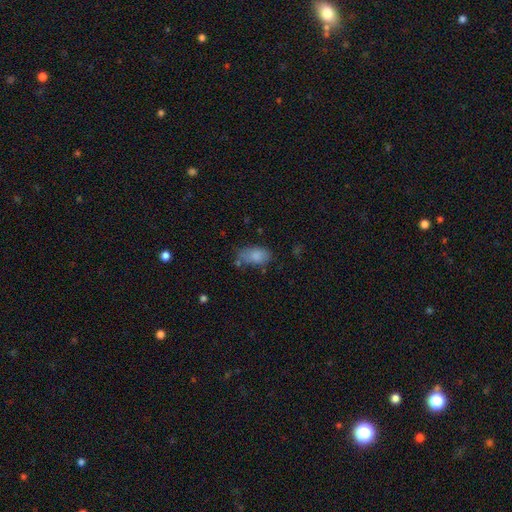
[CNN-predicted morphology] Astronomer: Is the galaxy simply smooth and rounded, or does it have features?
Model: smooth — 82%.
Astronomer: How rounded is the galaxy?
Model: in between — 91%.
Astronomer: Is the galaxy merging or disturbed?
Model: none — 56%.